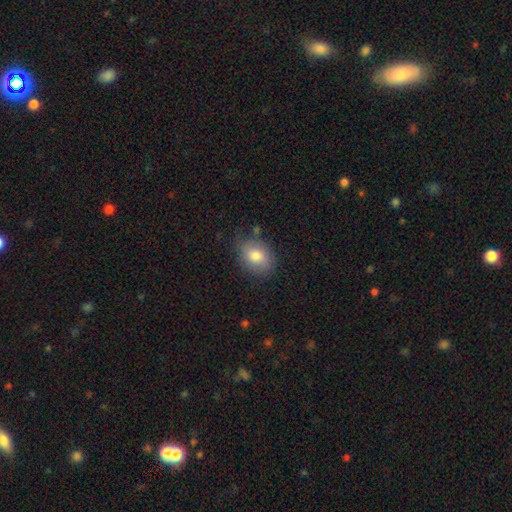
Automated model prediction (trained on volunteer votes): Morphology: type=smooth (80%); roundness=in between (62%); merging=none (74%).